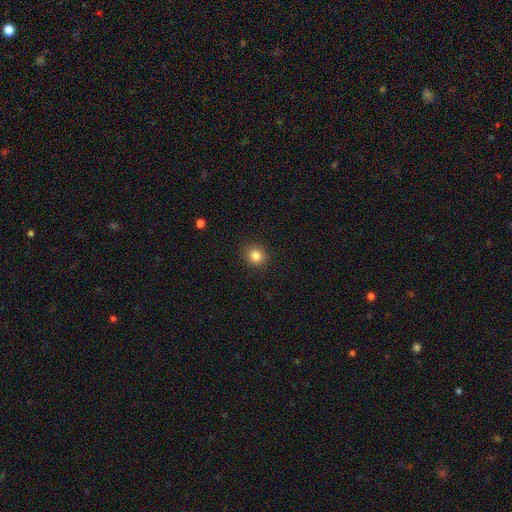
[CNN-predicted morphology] smooth_or_featured: smooth (p=0.84) [alt: star or artifact p=0.11]
how_rounded: round (p=0.88) [alt: in between p=0.11]
merging: none (p=0.91) [alt: minor disturbance p=0.06]